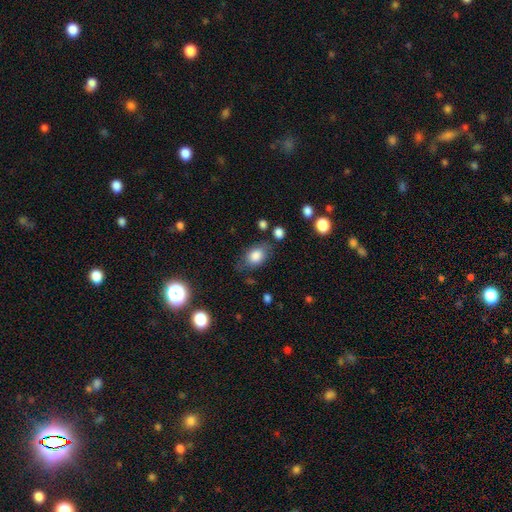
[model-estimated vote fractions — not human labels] Morphology: type=smooth (81%); roundness=in between (76%); merging=none (68%).